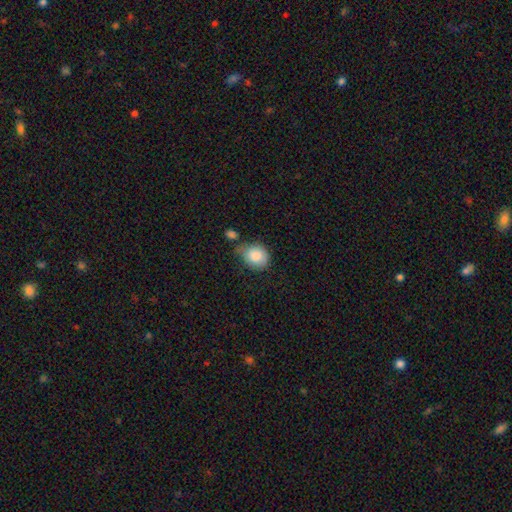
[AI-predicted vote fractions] Smooth or featured? smooth (85%)
How rounded? round (66%)
Merging? none (46%)